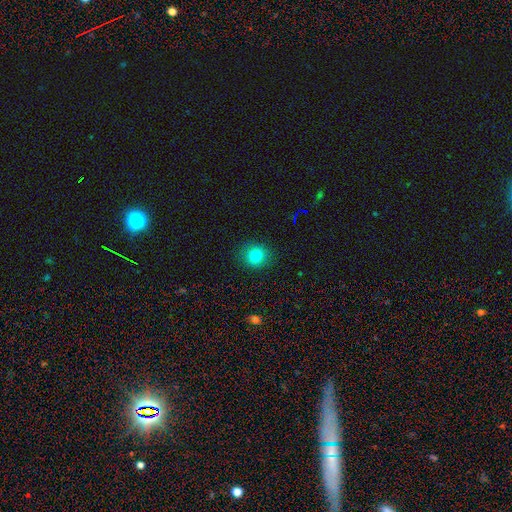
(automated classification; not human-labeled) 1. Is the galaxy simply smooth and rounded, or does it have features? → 80% smooth, 13% star or artifact, 7% featured or disk.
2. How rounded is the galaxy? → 83% round, 16% in between, 1% cigar-shaped.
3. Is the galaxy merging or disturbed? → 89% none, 8% minor disturbance, 3% major disturbance, 1% merger.